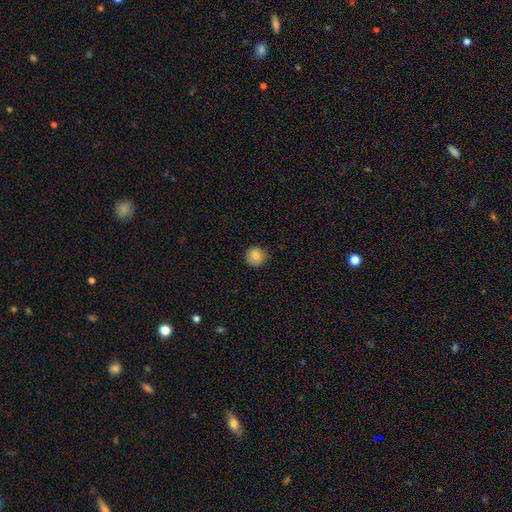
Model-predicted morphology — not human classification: A smooth galaxy with no disk features (84%) that is round (92%).

Vote fractions:
- Smooth or featured? smooth: 84% / star or artifact: 9% / featured or disk: 6%
- How rounded? round: 92% / in between: 7% / cigar-shaped: 1%
- Merging? none: 85% / minor disturbance: 12% / major disturbance: 3% / merger: 1%